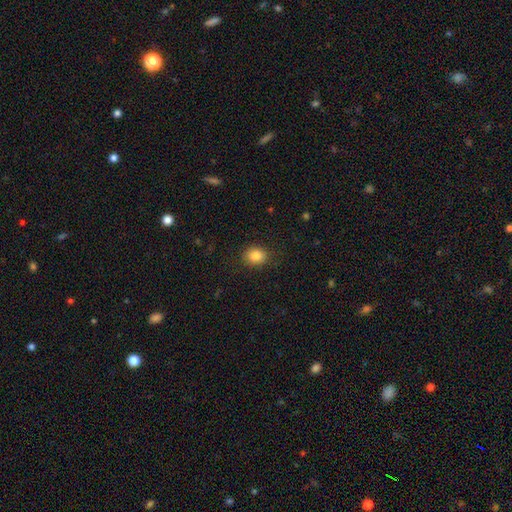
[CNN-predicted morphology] smooth_or_featured: smooth (p=0.85) [alt: star or artifact p=0.10]
how_rounded: round (p=0.54) [alt: in between p=0.45]
merging: none (p=0.87) [alt: minor disturbance p=0.09]